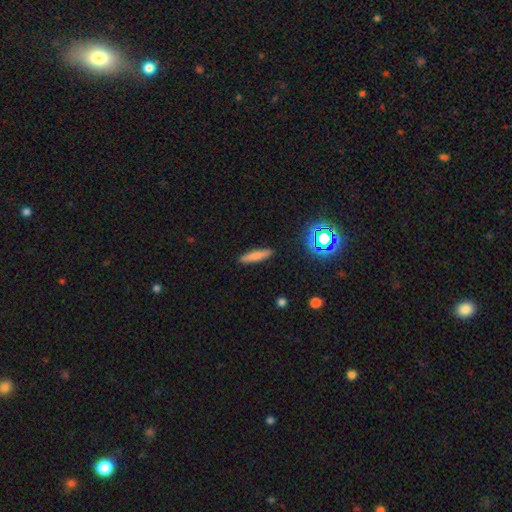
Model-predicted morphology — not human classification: The model was most divided on "smooth or featured": smooth: 75%, featured or disk: 14%, star or artifact: 11%. More confident: merging — none (89%); how rounded — cigar-shaped (83%).